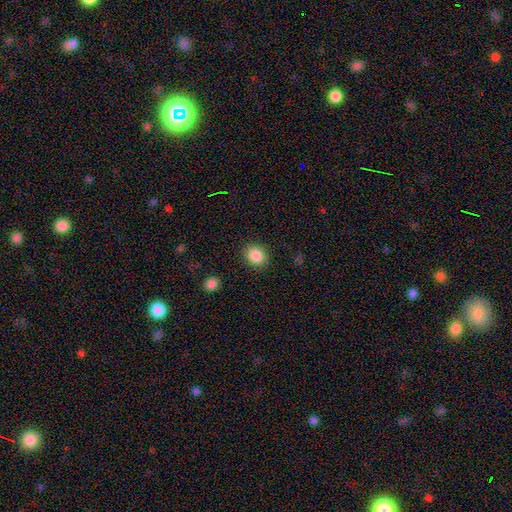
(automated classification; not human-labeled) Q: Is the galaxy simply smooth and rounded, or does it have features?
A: smooth — 87%.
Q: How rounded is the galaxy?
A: round — 72%.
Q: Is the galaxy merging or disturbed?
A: none — 88%.